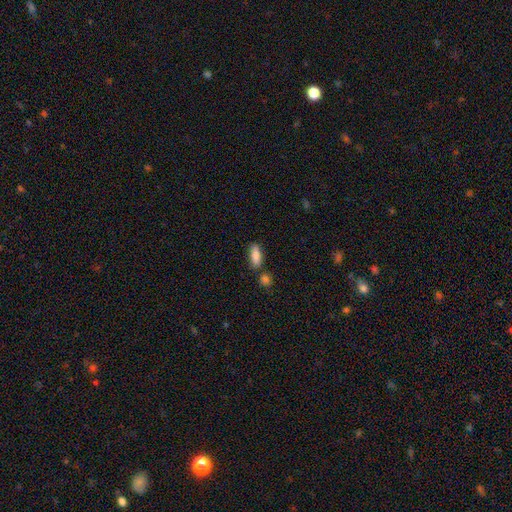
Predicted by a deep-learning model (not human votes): This is clearly a smooth galaxy (84%). How rounded: likely in between (68%). Merging: likely none (74%).